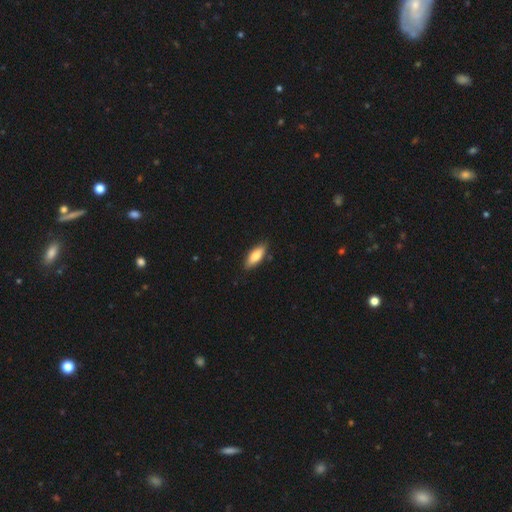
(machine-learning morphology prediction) A smooth galaxy with no disk features (75%) that is in between round and cigar-shaped (68%). Merging: none (86%).